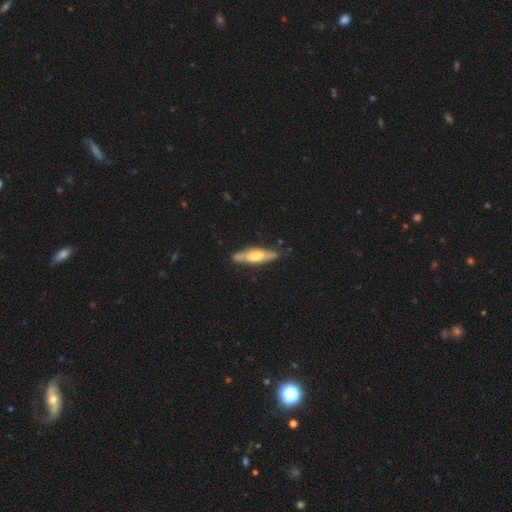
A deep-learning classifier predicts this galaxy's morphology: Q: Smooth or featured?
A: featured or disk (49%); runner-up: smooth (46%)
Q: Merging?
A: none (85%); runner-up: minor disturbance (12%)